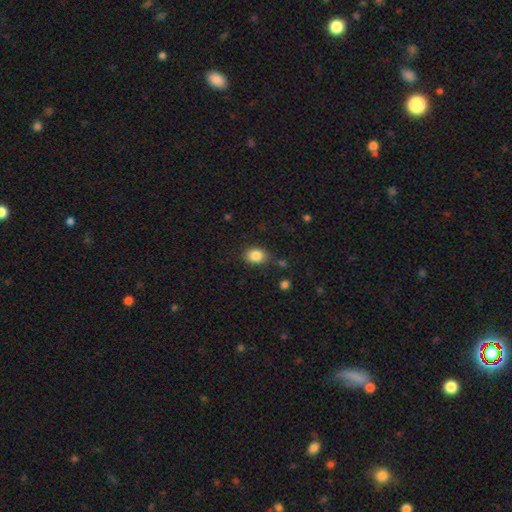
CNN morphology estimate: Overall: smooth (86%). How rounded: in between (58%; round 41%). Merging: none (79%).